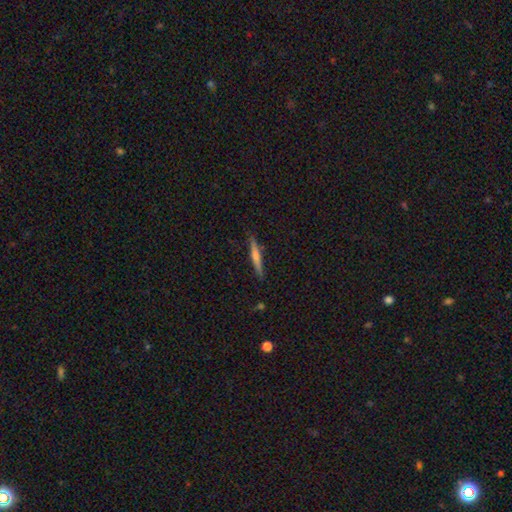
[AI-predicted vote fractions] featured or disk 59%, smooth 34%, star or artifact 7%. Down the decision tree: edge-on disk — yes (98%); edge-on bulge — rounded (68%); merging — none (89%).